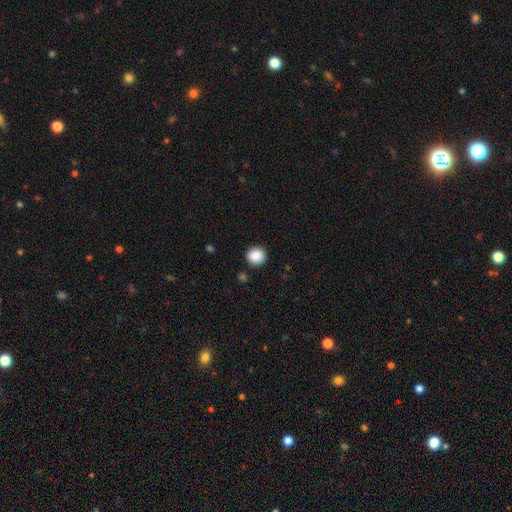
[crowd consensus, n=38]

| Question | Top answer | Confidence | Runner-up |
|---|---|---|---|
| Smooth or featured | smooth | 92% | featured or disk (5%) |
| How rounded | round | 100% | — |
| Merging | none | 95% | major disturbance (5%) |